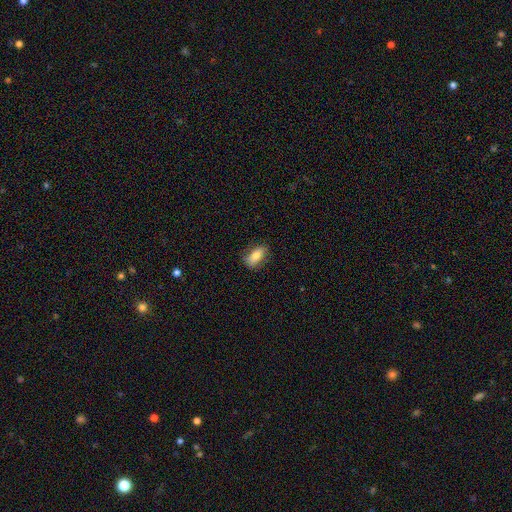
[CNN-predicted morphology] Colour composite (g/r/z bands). It shows a smooth galaxy with no disk features (75%) that is in between round and cigar-shaped (83%). Merging: none (80%).